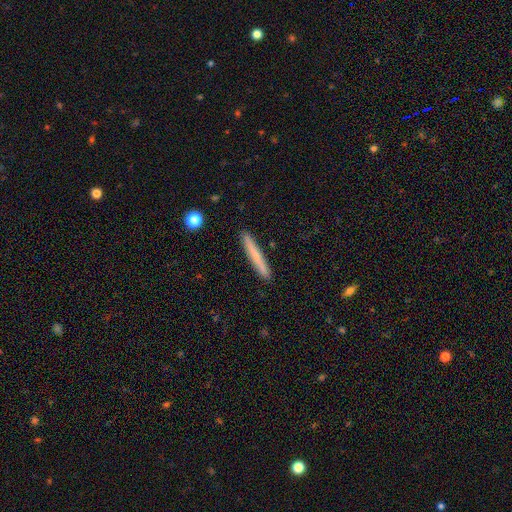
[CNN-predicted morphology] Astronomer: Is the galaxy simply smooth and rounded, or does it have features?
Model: smooth — 70%.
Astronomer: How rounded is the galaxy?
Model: cigar-shaped — 97%.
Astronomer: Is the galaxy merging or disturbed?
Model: none — 91%.